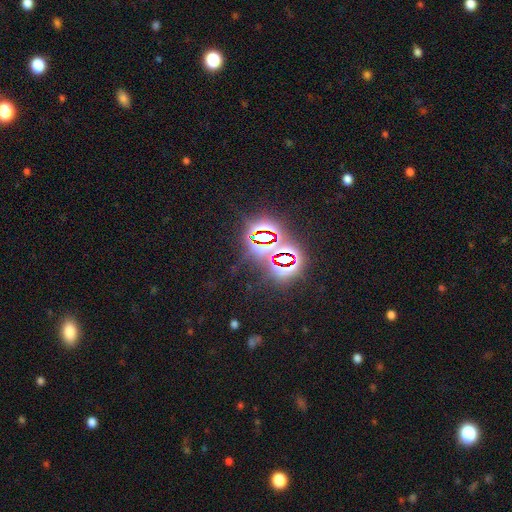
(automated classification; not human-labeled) Smooth or featured? star or artifact (80%)